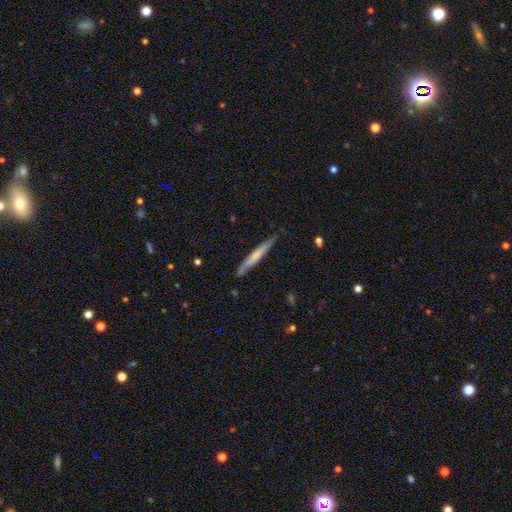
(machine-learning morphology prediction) Smooth or featured? smooth (59%)
How rounded? cigar-shaped (96%)
Merging? none (81%)